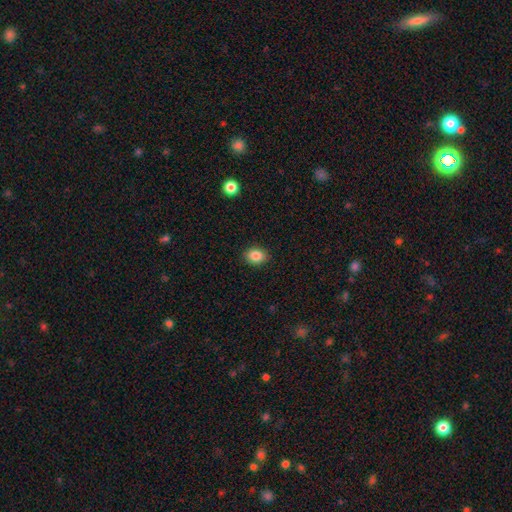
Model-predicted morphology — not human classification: Smooth or featured? Predicted: smooth (p=0.85). How rounded? Predicted: in between (p=0.56). Merging? Predicted: none (p=0.90).